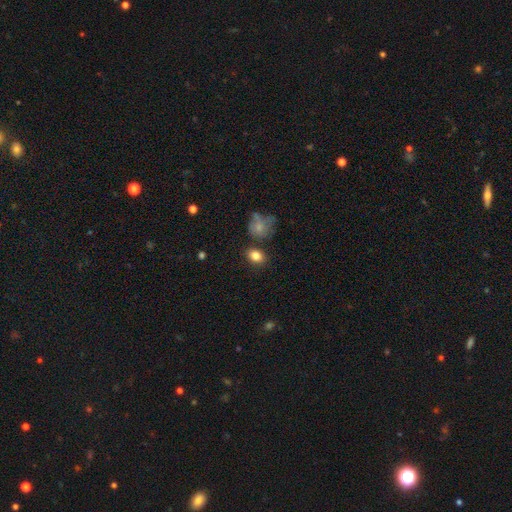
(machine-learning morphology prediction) Q: Smooth or featured?
A: smooth (82%); runner-up: star or artifact (10%)
Q: How rounded?
A: in between (59%); runner-up: round (39%)
Q: Merging?
A: none (79%); runner-up: minor disturbance (12%)